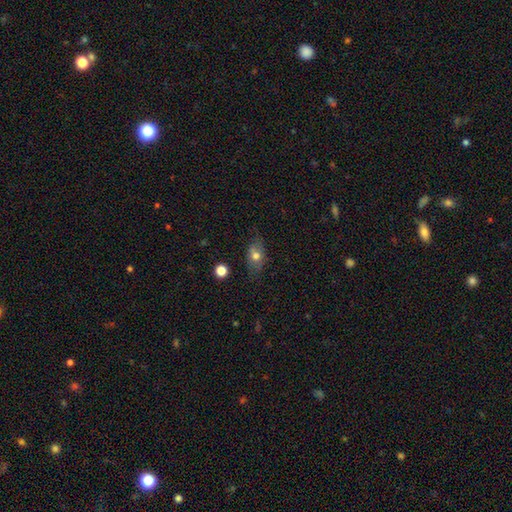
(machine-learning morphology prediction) Smooth or featured? smooth (67%)
How rounded? in between (79%)
Merging? none (69%)